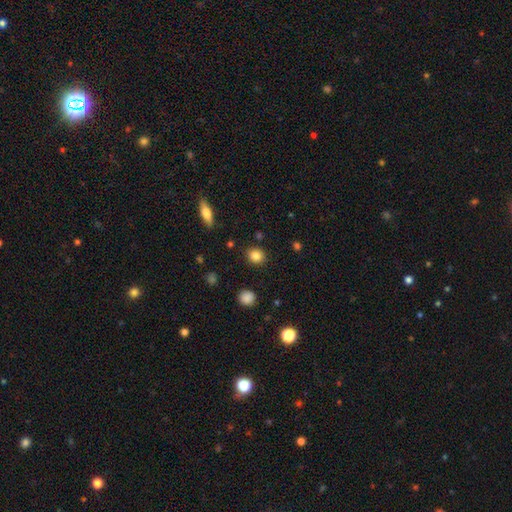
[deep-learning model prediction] This is clearly a smooth galaxy (85%). How rounded: likely round (74%). Merging: clearly none (88%).